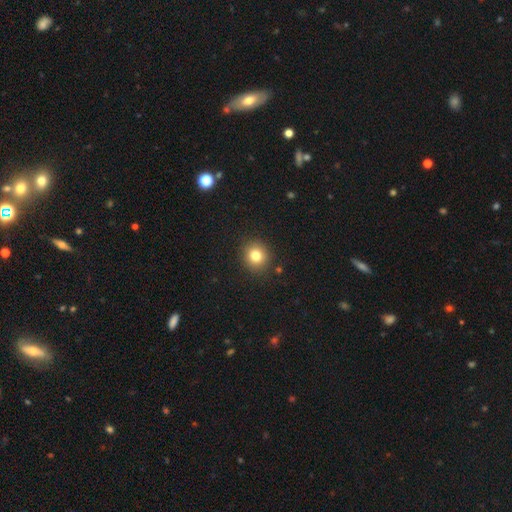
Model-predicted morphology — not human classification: A smooth galaxy with no disk features (80%) that is round (87%). Merging: none (90%).